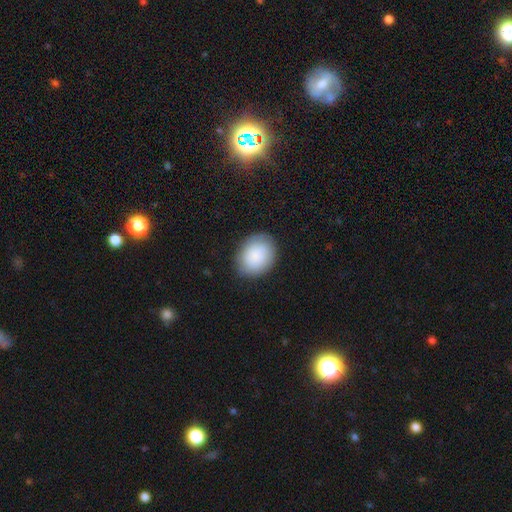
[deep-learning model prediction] Smooth or featured? smooth (85%)
How rounded? in between (56%)
Merging? none (83%)